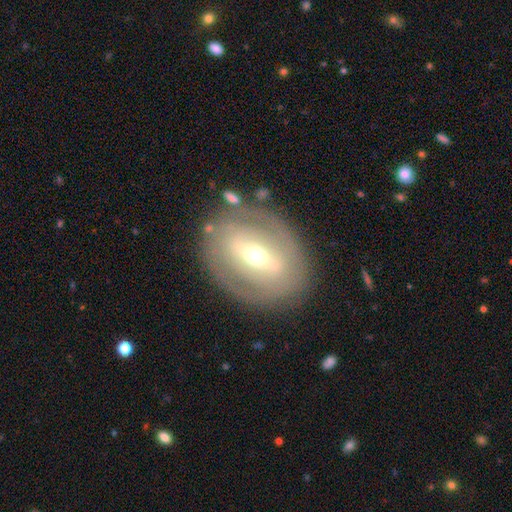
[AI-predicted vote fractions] This appears to be a featured or disk galaxy (70%) with a strong bar (49%), no spiral arms (60%) and a moderate central bulge (50%). Merging: none (79%).